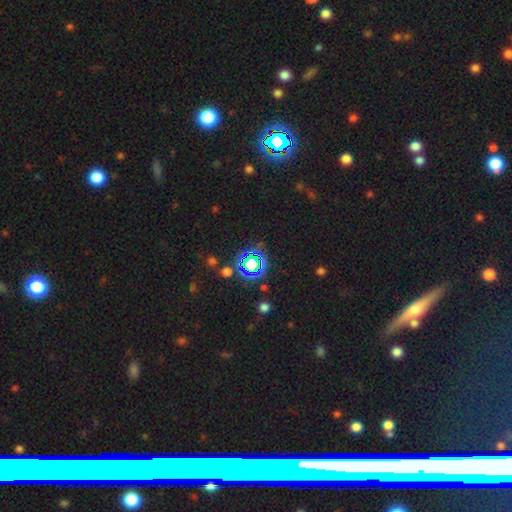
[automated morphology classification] smooth-or-featured: star or artifact: 71% | smooth: 19% | featured or disk: 10%